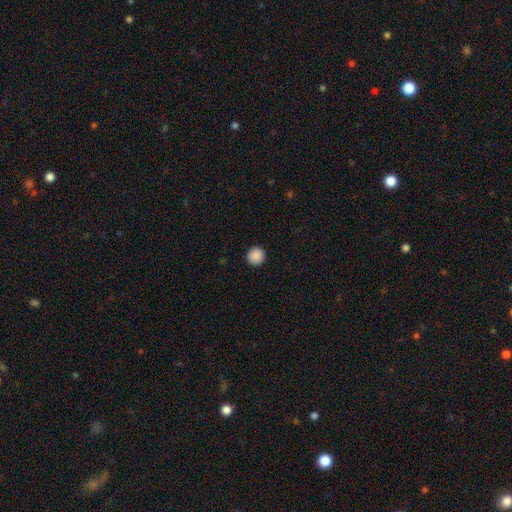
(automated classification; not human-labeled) A smooth galaxy with no disk features (89%) that is round (94%).

Vote fractions:
- Smooth or featured? smooth: 89% / star or artifact: 8% / featured or disk: 2%
- How rounded? round: 94% / in between: 5% / cigar-shaped: 1%
- Merging? none: 93% / minor disturbance: 5% / major disturbance: 2% / merger: 1%